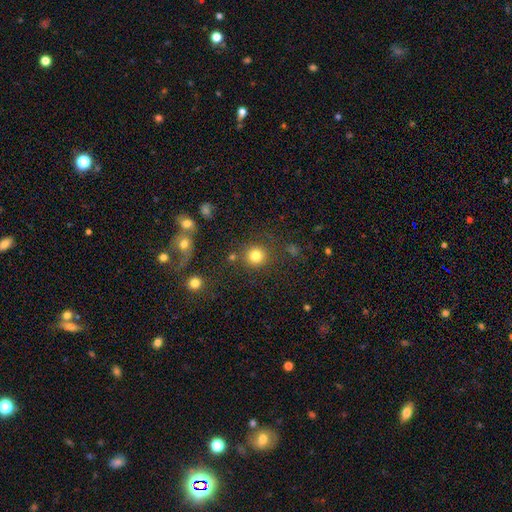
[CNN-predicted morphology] This appears to be a smooth galaxy with no disk features (82%) that is round (93%). Merging: none (83%).